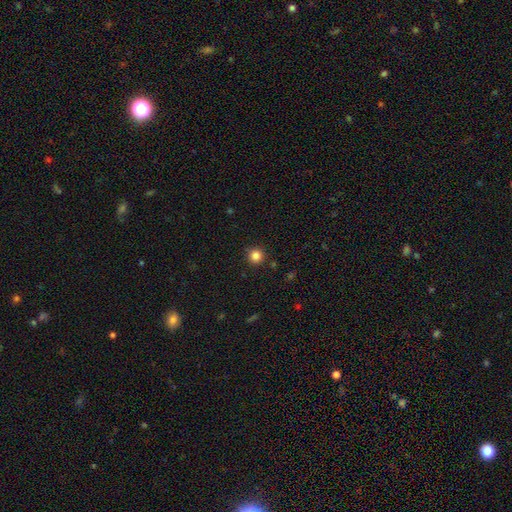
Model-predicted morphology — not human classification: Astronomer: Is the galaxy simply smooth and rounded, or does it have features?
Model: smooth — 84%.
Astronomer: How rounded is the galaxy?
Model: round — 95%.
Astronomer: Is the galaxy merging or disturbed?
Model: none — 90%.